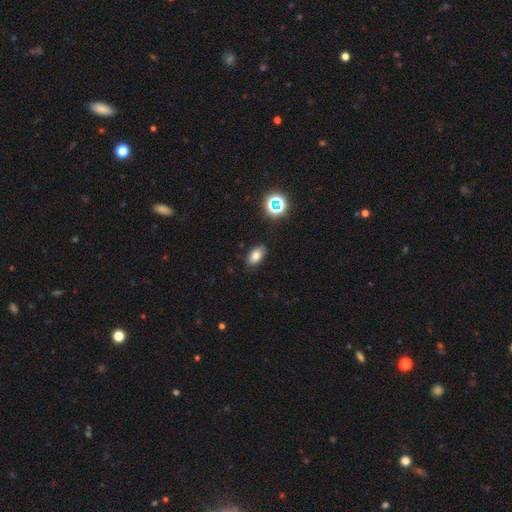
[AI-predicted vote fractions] Smooth or featured? Predicted: smooth (p=0.78). How rounded? Predicted: in between (p=0.91). Merging? Predicted: none (p=0.84).